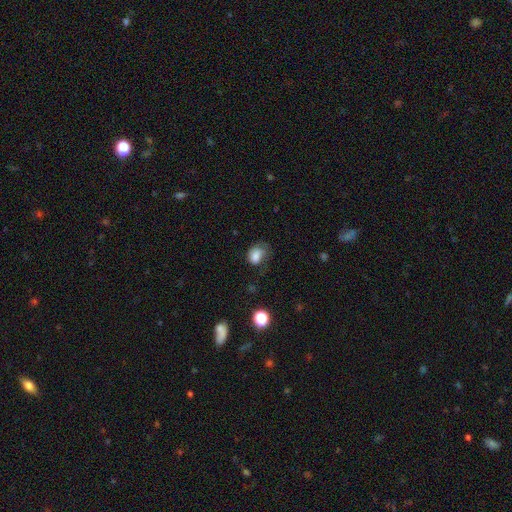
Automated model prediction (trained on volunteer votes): Smooth or featured?
  - smooth: 78% *
  - featured or disk: 11%
  - star or artifact: 11%
How rounded?
  - in between: 66% *
  - round: 33%
  - cigar-shaped: 1%
Merging?
  - none: 43% *
  - minor disturbance: 32%
  - major disturbance: 23%
  - merger: 2%